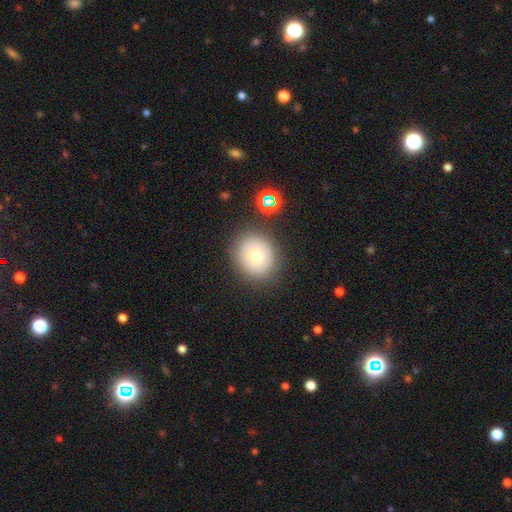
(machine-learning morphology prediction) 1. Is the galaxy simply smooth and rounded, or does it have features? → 69% smooth, 18% featured or disk, 13% star or artifact.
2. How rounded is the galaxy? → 80% round, 19% in between, 1% cigar-shaped.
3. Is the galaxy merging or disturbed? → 82% none, 10% minor disturbance, 4% merger, 4% major disturbance.